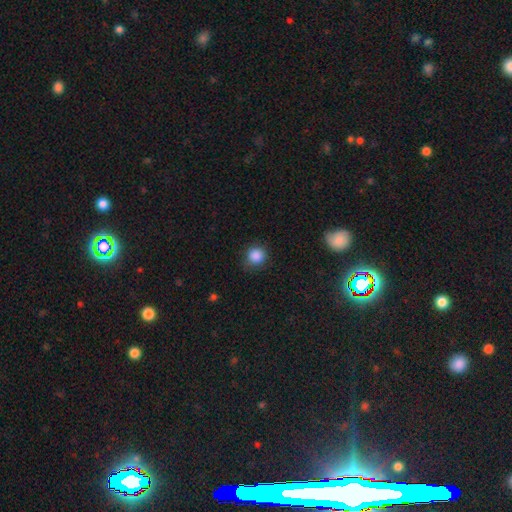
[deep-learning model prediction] smooth-or-featured: smooth: 87% | star or artifact: 10% | featured or disk: 3%
  how-rounded: round: 90% | in between: 9% | cigar-shaped: 1%
  merging: none: 79% | minor disturbance: 16% | major disturbance: 4% | merger: 1%